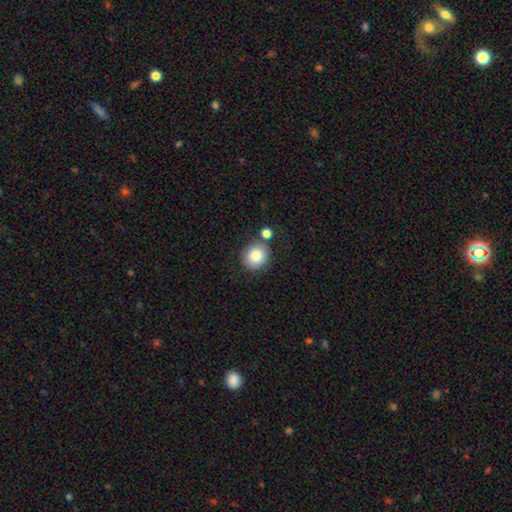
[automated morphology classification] Overall: smooth (82%). How rounded: round (84%). Merging: none (74%).